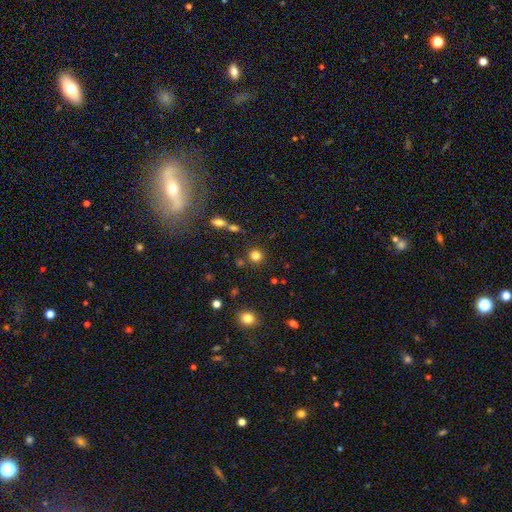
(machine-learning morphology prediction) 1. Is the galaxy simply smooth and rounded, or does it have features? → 81% smooth, 14% star or artifact, 5% featured or disk.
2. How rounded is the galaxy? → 90% round, 9% in between, 1% cigar-shaped.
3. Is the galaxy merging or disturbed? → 84% none, 7% minor disturbance, 6% merger, 3% major disturbance.